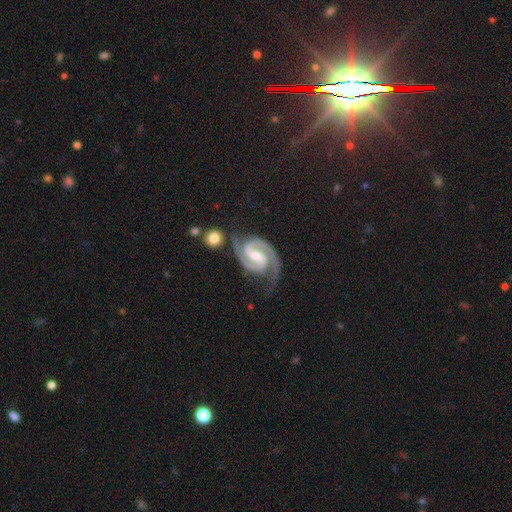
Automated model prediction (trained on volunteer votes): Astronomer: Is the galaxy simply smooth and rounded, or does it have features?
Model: featured or disk — 94%.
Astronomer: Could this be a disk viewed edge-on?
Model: no — 98%.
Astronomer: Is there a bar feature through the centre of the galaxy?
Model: weak — 44% (runner-up: strong, 32%).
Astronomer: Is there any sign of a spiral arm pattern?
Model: yes — 99%.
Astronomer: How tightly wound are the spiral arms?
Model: medium — 52% (runner-up: tight, 42%).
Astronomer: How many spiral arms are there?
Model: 2 — 93%.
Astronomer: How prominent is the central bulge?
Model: moderate — 50% (runner-up: small, 44%).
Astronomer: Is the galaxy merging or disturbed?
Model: none — 69%.